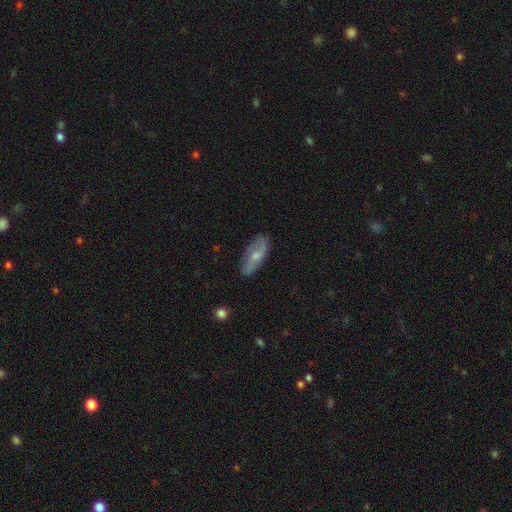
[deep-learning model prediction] Smooth or featured?
  - smooth: 47% *
  - featured or disk: 46%
  - star or artifact: 6%
Merging?
  - none: 82% *
  - minor disturbance: 14%
  - major disturbance: 3%
  - merger: 1%